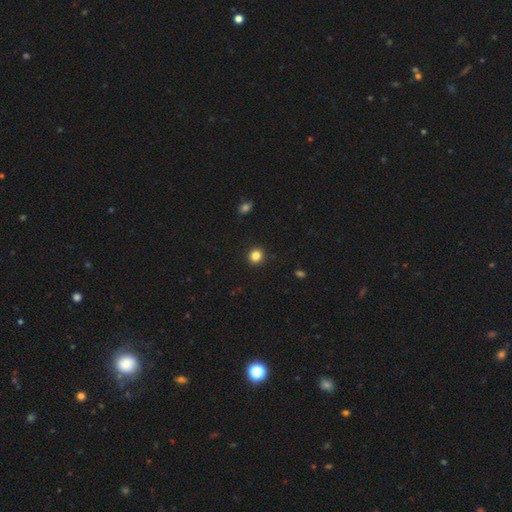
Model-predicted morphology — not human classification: smooth_or_featured: smooth (p=0.84) [alt: star or artifact p=0.11]
how_rounded: round (p=0.85) [alt: in between p=0.14]
merging: none (p=0.92) [alt: minor disturbance p=0.05]